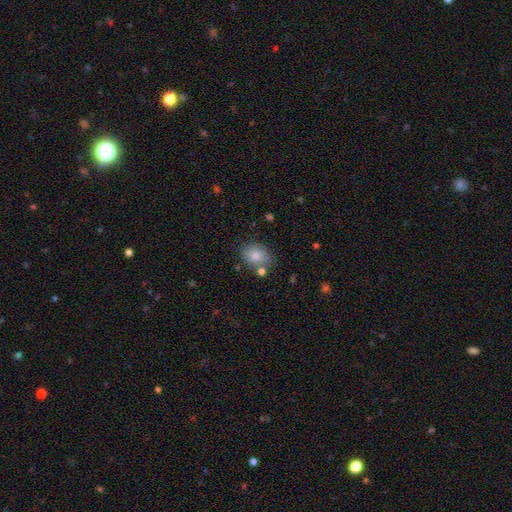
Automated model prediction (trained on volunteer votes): Smooth or featured: smooth — 83% (featured or disk — 9%)
How rounded: in between — 58% (round — 41%)
Merging: none — 71% (minor disturbance — 16%)